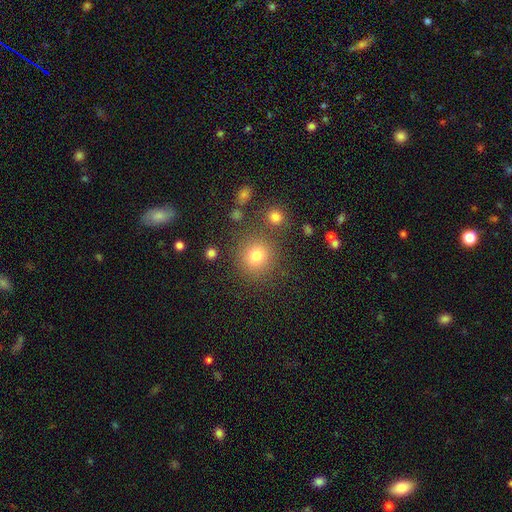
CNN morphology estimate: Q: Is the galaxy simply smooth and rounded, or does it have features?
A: smooth — 77%.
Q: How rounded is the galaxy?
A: round — 90%.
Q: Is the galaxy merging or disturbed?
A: none — 81%.